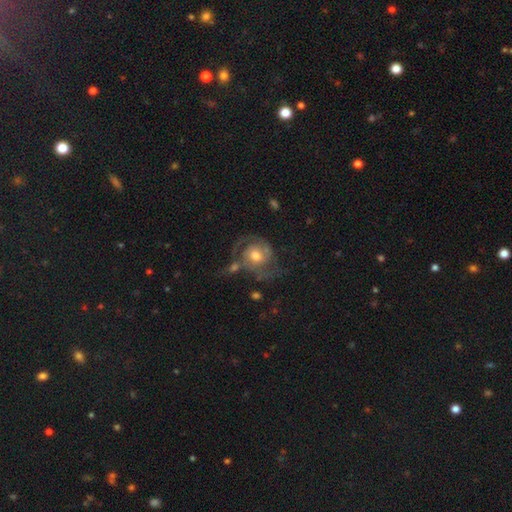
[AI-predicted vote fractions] smooth_or_featured: featured or disk (p=0.77) [alt: smooth p=0.17]
disk_edge_on: no (p=0.98) [alt: yes p=0.02]
bar: no (p=0.74) [alt: weak p=0.22]
has_spiral_arms: yes (p=0.90) [alt: no p=0.10]
spiral_winding: medium (p=0.42) [alt: tight p=0.37]
spiral_arm_count: 2 (p=0.74) [alt: can't tell p=0.09]
bulge_size: moderate (p=0.71) [alt: small p=0.13]
merging: none (p=0.44) [alt: major disturbance p=0.23]